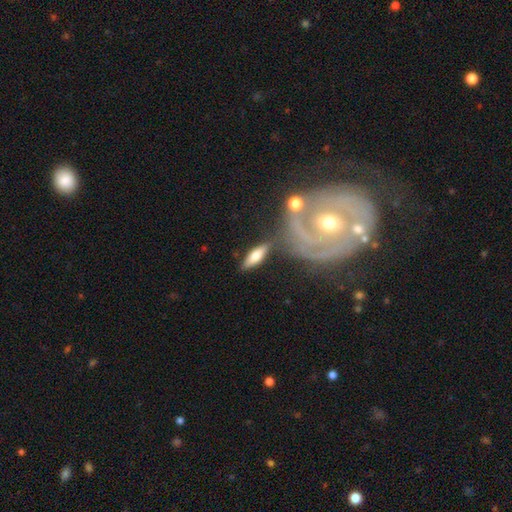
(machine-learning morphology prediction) A smooth galaxy with no disk features (60%) that is in between round and cigar-shaped (57%).

Vote fractions:
- Smooth or featured? smooth: 60% / featured or disk: 34% / star or artifact: 6%
- How rounded? in between: 57% / cigar-shaped: 39% / round: 3%
- Merging? none: 68% / minor disturbance: 16% / merger: 10% / major disturbance: 6%